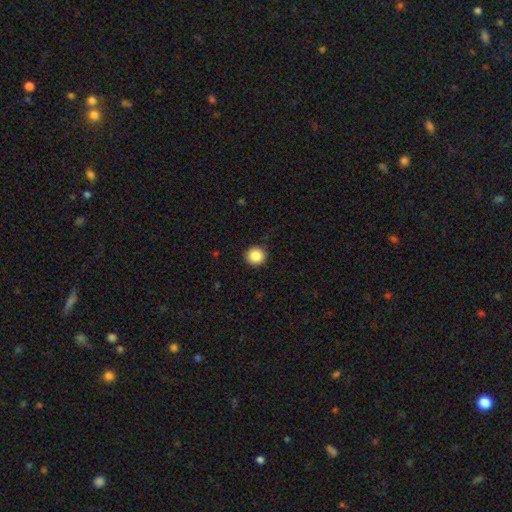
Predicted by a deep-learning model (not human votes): A smooth galaxy with no disk features (87%) that is round (93%). Merging: none (91%).